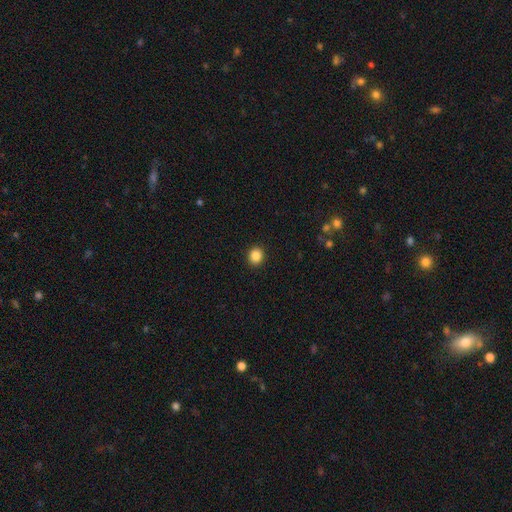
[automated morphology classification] type=smooth (86%); roundness=round (82%); merging=none (92%).